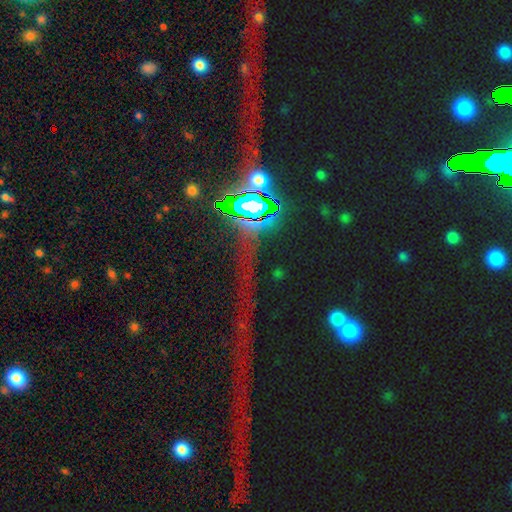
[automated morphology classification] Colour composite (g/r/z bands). It shows a star or artifact, not a galaxy (75%).